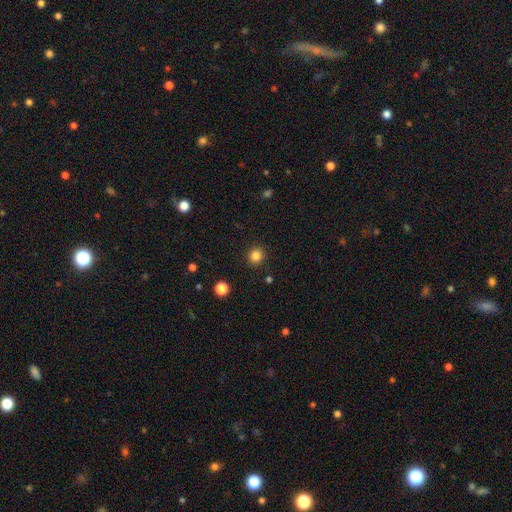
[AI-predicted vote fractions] smooth-or-featured: smooth: 83% | star or artifact: 13% | featured or disk: 4%
  how-rounded: round: 87% | in between: 13% | cigar-shaped: 1%
  merging: none: 91% | minor disturbance: 6% | major disturbance: 2% | merger: 1%